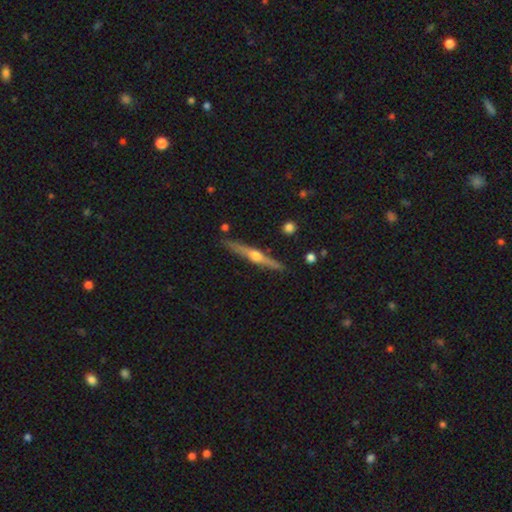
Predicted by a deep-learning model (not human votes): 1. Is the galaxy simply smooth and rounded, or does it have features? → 74% featured or disk, 21% smooth, 6% star or artifact.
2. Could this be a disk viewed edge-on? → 98% yes, 2% no.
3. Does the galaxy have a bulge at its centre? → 93% rounded, 4% none, 3% boxy.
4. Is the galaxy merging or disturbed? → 87% none, 9% minor disturbance, 2% merger, 2% major disturbance.